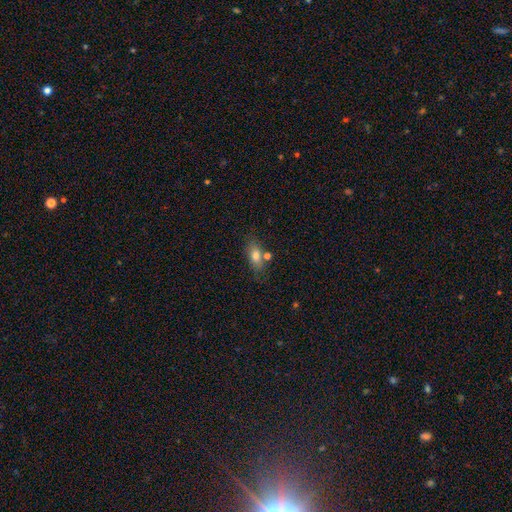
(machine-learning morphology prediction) Overall: smooth (75%). How rounded: in between (81%). Merging: none (66%).